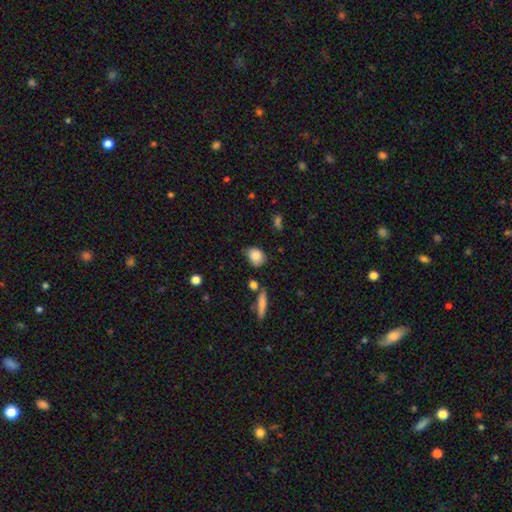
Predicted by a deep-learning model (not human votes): A smooth galaxy with no disk features (85%) that is round (50%). Merging: none (61%).